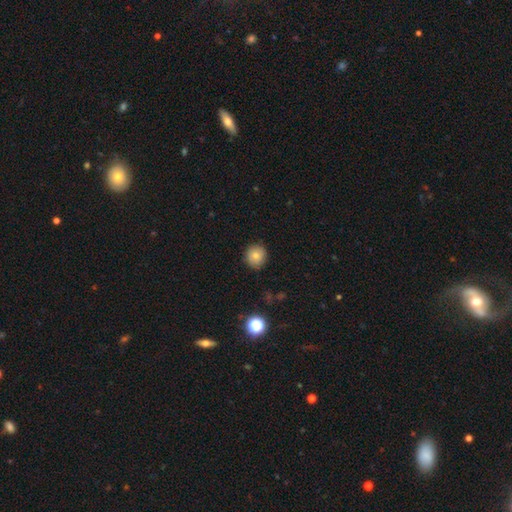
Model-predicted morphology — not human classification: type=smooth (80%); roundness=round (92%); merging=none (89%).